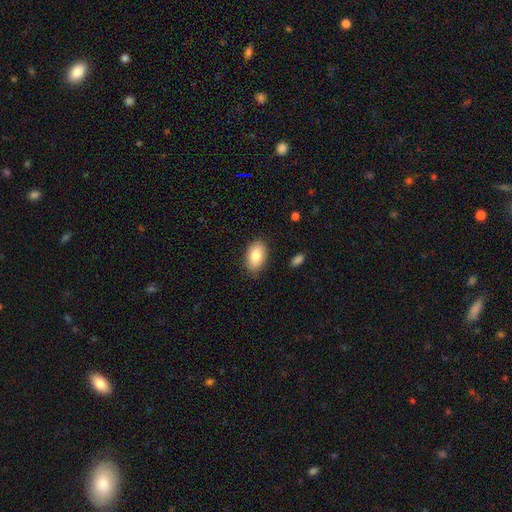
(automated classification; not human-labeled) Smooth or featured?
  - smooth: 82% *
  - featured or disk: 11%
  - star or artifact: 7%
How rounded?
  - in between: 91% *
  - round: 7%
  - cigar-shaped: 1%
Merging?
  - none: 84% *
  - minor disturbance: 12%
  - major disturbance: 3%
  - merger: 1%